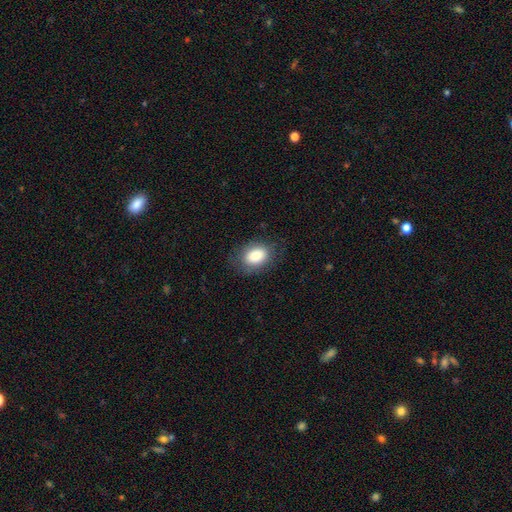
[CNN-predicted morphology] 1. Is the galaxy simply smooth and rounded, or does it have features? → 84% smooth, 8% featured or disk, 8% star or artifact.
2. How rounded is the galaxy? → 78% in between, 21% round, 1% cigar-shaped.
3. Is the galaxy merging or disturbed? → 79% none, 15% minor disturbance, 5% major disturbance, 1% merger.